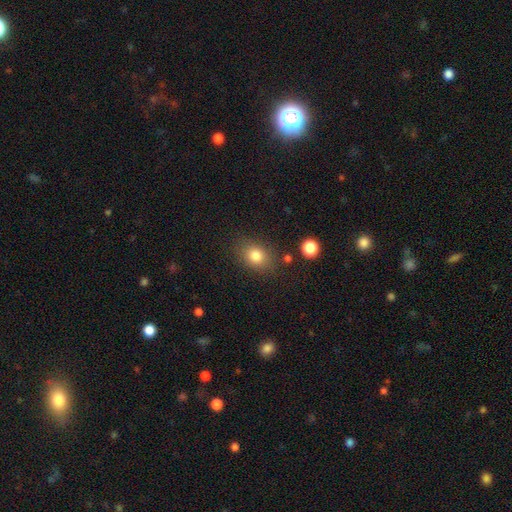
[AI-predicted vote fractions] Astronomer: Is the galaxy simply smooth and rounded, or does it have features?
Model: smooth — 81%.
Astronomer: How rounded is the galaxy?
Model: in between — 59% (runner-up: round, 40%).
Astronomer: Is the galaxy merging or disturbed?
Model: none — 79%.